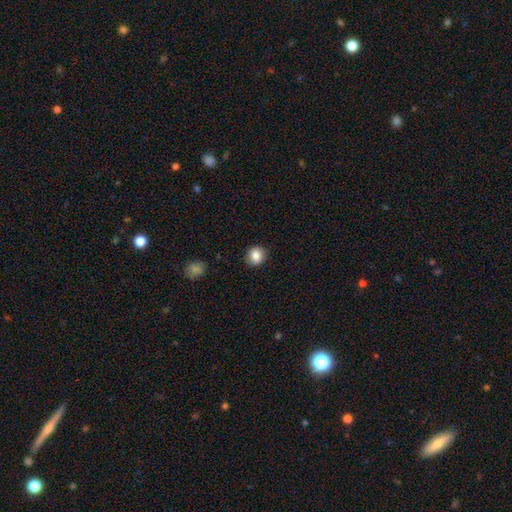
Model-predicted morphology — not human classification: Smooth or featured: smooth — 86% (star or artifact — 9%)
How rounded: round — 82% (in between — 17%)
Merging: none — 88% (minor disturbance — 9%)